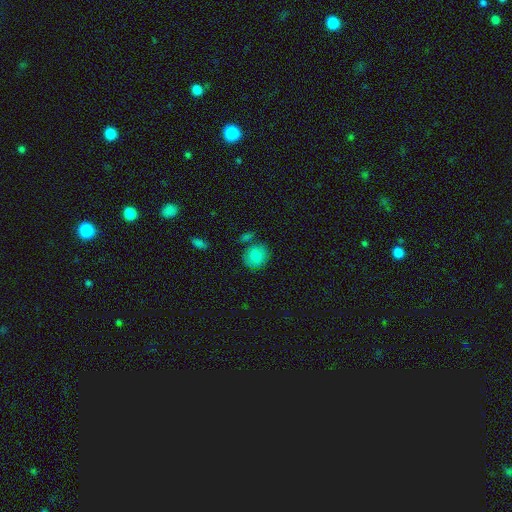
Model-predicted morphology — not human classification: A smooth galaxy with no disk features (83%) that is round (76%). Merging: none (71%).